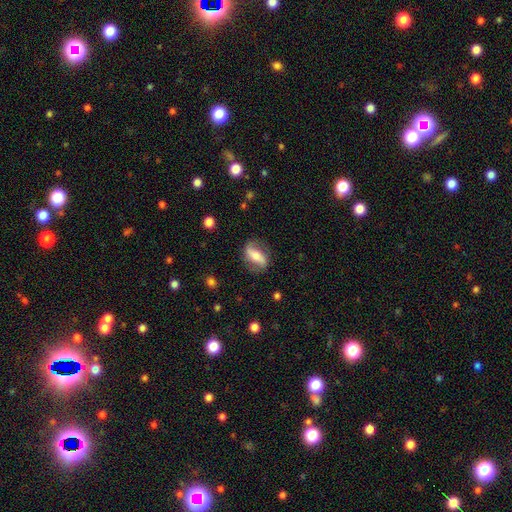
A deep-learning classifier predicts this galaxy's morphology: Smooth or featured? featured or disk (55%)
Edge-on disk? no (78%)
Merging? none (74%)